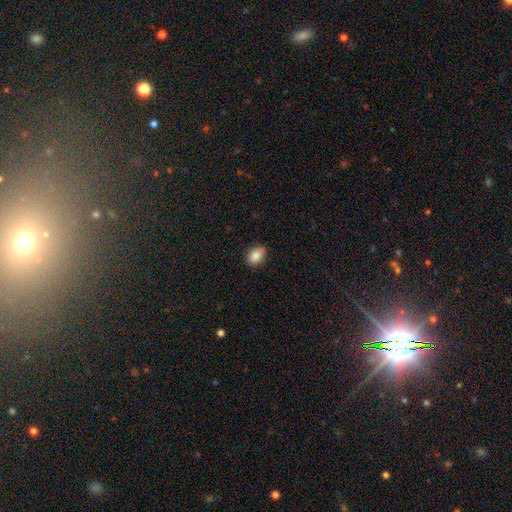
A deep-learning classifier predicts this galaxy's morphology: Q: Smooth or featured?
A: smooth (87%); runner-up: star or artifact (8%)
Q: How rounded?
A: in between (78%); runner-up: round (20%)
Q: Merging?
A: none (85%); runner-up: minor disturbance (12%)